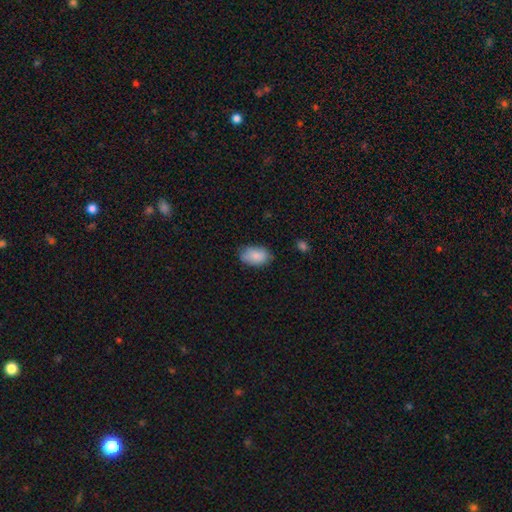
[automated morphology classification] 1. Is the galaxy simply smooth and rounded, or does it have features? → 86% smooth, 7% featured or disk, 6% star or artifact.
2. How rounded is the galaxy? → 92% in between, 6% round, 1% cigar-shaped.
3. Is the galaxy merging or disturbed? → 78% none, 18% minor disturbance, 3% major disturbance, 1% merger.